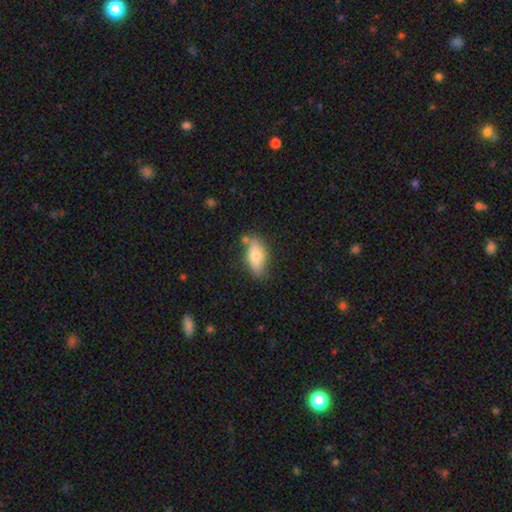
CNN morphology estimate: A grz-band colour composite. It shows a smooth galaxy with no disk features (70%) that is in between round and cigar-shaped (81%). Merging: none (70%).